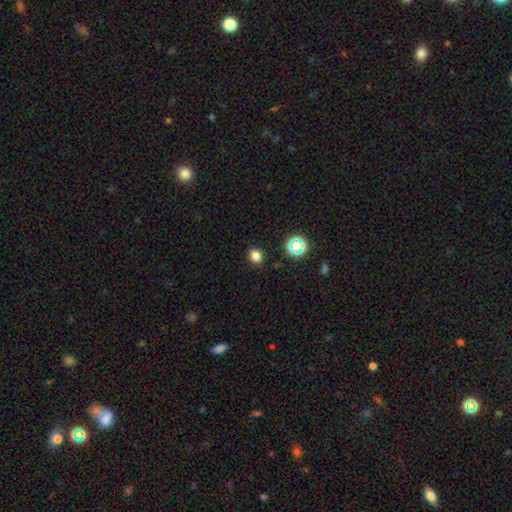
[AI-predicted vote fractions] smooth 78%, star or artifact 18%, featured or disk 4%. Down the decision tree: how rounded — round (78%); merging — none (89%).